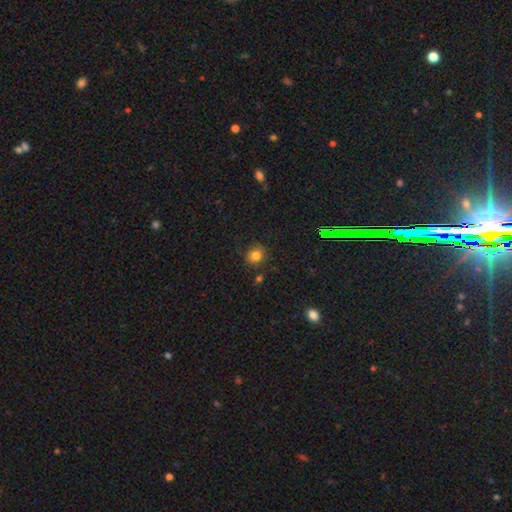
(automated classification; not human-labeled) Q: Smooth or featured?
A: smooth (80%); runner-up: star or artifact (13%)
Q: How rounded?
A: round (84%); runner-up: in between (15%)
Q: Merging?
A: none (81%); runner-up: minor disturbance (12%)